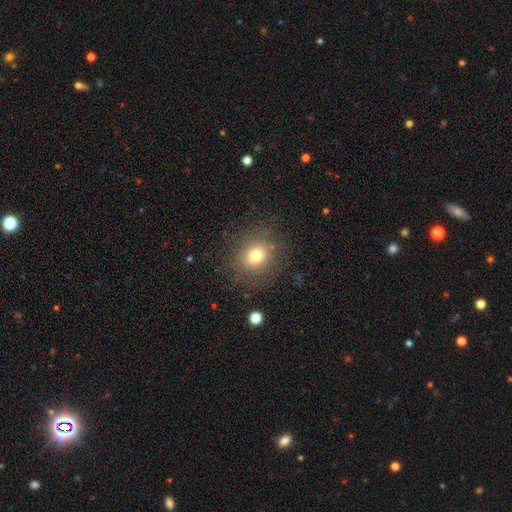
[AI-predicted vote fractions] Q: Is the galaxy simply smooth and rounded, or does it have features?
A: smooth — 73%.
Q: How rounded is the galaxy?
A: round — 78%.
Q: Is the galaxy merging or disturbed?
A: none — 83%.